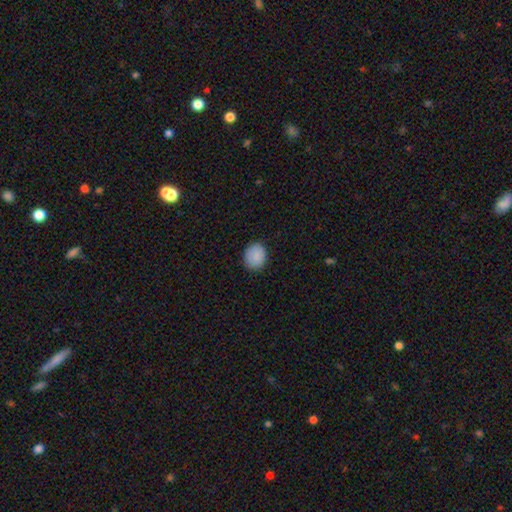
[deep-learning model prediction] Smooth or featured: smooth — 88% (star or artifact — 8%)
How rounded: round — 68% (in between — 32%)
Merging: none — 87% (minor disturbance — 10%)